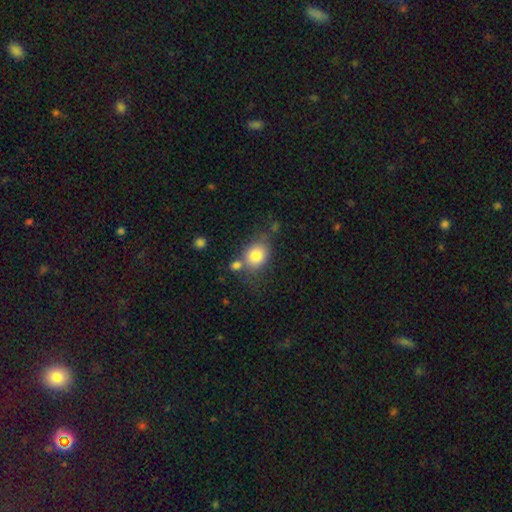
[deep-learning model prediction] A smooth galaxy with no disk features (80%) that is round (56%).

Vote fractions:
- Smooth or featured? smooth: 80% / featured or disk: 11% / star or artifact: 9%
- How rounded? round: 56% / in between: 43% / cigar-shaped: 1%
- Merging? none: 56% / merger: 20% / minor disturbance: 17% / major disturbance: 6%